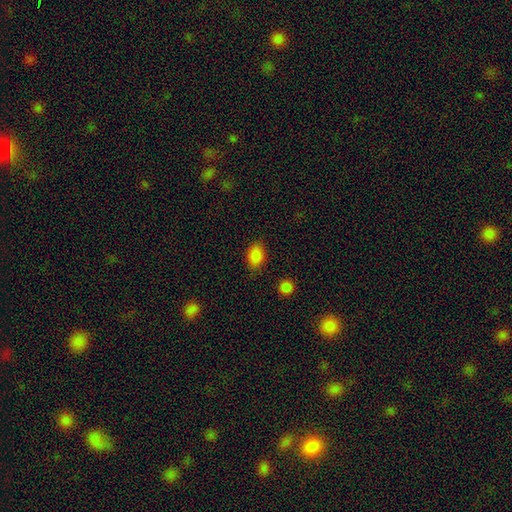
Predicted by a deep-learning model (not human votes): This appears to be a smooth galaxy with no disk features (87%) that is in between round and cigar-shaped (84%). Merging: none (84%).